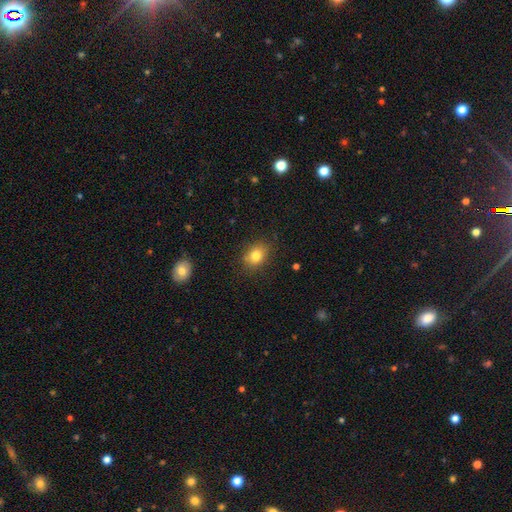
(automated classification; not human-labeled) A smooth galaxy with no disk features (80%) that is in between round and cigar-shaped (53%). Merging: none (82%).